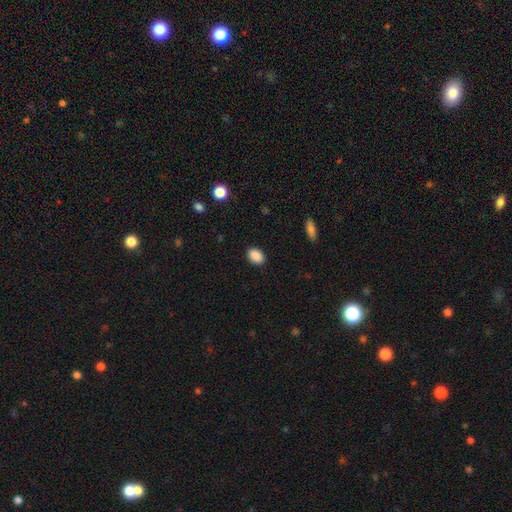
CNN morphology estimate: Smooth or featured? Predicted: smooth (p=0.89). How rounded? Predicted: in between (p=0.82). Merging? Predicted: none (p=0.88).